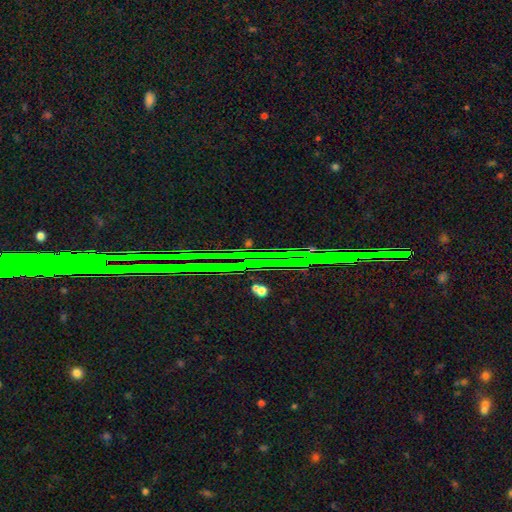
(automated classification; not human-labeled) This appears to be a star or artifact, not a galaxy (79%).